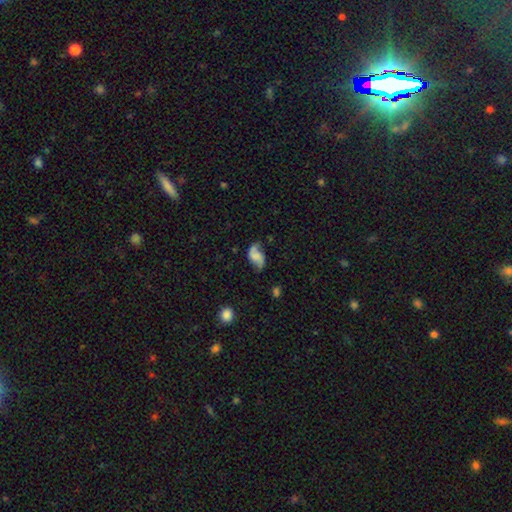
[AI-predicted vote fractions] smooth_or_featured: featured or disk (p=0.66) [alt: smooth p=0.25]
disk_edge_on: no (p=0.97) [alt: yes p=0.03]
bar: no (p=0.55) [alt: weak p=0.33]
has_spiral_arms: yes (p=0.91) [alt: no p=0.09]
spiral_winding: loose (p=0.72) [alt: medium p=0.22]
spiral_arm_count: 2 (p=0.89) [alt: 1 p=0.04]
bulge_size: none (p=0.57) [alt: small p=0.17]
merging: none (p=0.58) [alt: minor disturbance p=0.24]